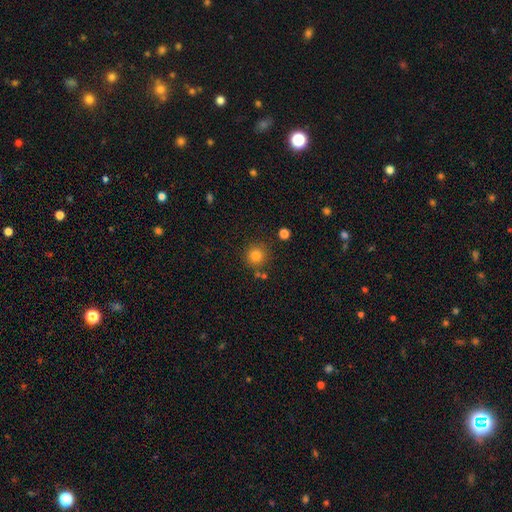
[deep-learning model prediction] This is clearly a smooth galaxy (82%). How rounded: clearly round (93%). Merging: clearly none (83%).